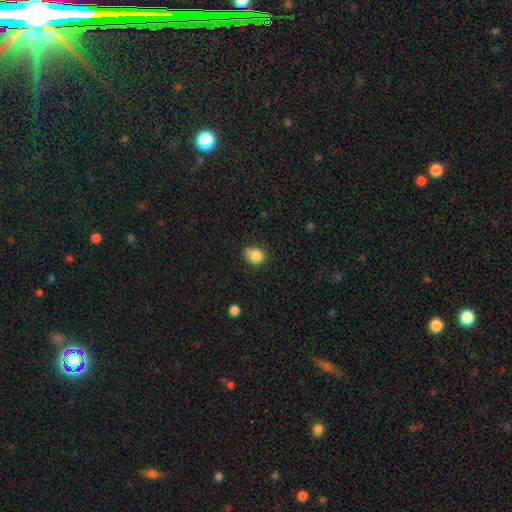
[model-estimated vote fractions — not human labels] Smooth or featured? smooth (83%)
How rounded? round (67%)
Merging? none (53%)